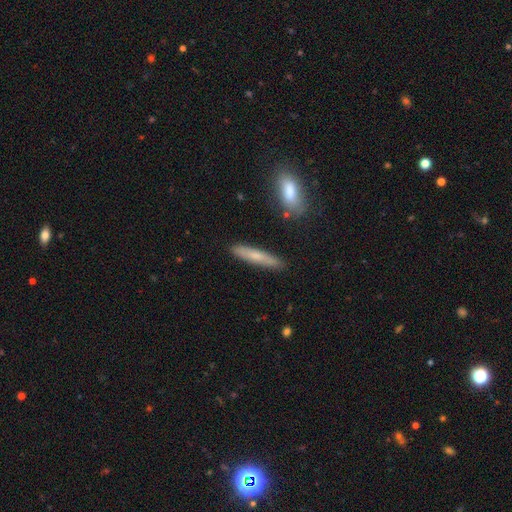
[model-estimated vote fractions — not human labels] Morphology: type=smooth (66%); roundness=cigar-shaped (90%); merging=none (87%).